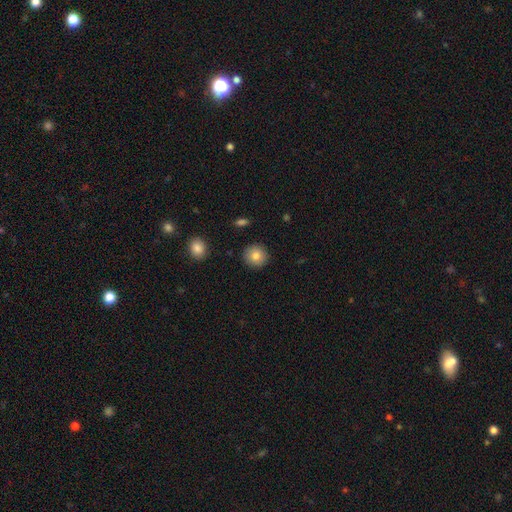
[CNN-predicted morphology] This is clearly a smooth galaxy (82%). How rounded: clearly round (93%). Merging: clearly none (91%).